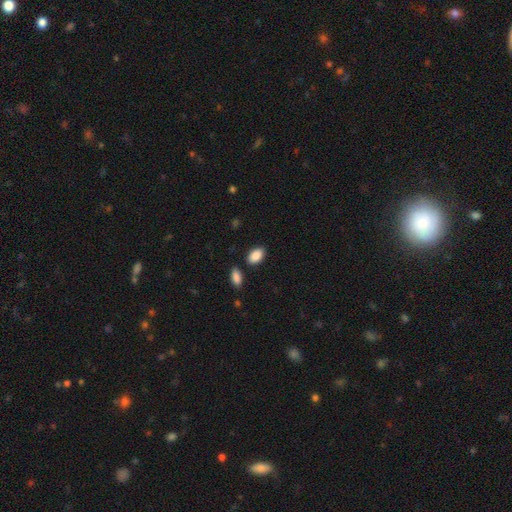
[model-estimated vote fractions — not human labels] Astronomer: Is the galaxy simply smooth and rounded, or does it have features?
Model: smooth — 89%.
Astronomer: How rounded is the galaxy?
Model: in between — 92%.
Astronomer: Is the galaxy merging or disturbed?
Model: none — 83%.